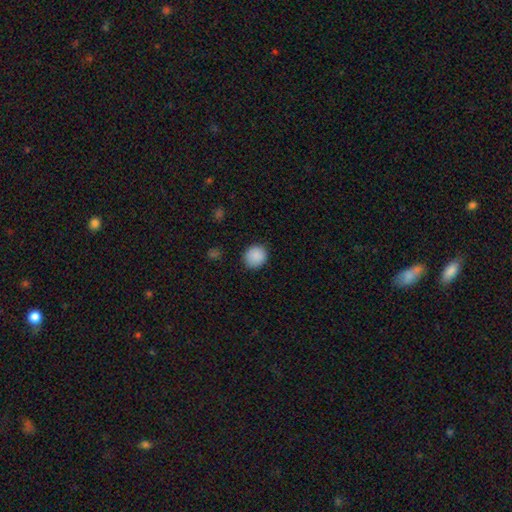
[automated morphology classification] This is clearly a smooth galaxy (89%). How rounded: clearly round (84%). Merging: clearly none (88%).